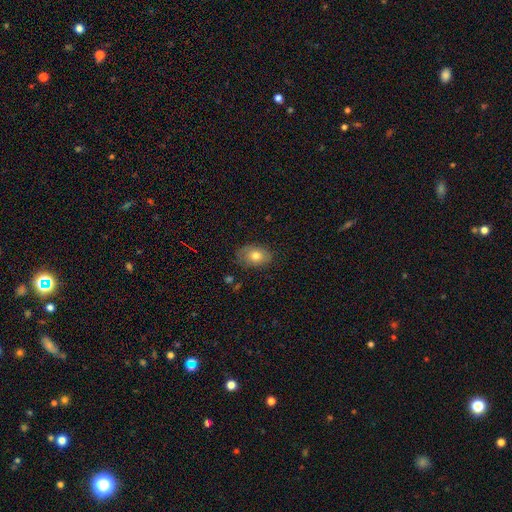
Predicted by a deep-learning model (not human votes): Smooth or featured? Predicted: smooth (p=0.74). How rounded? Predicted: in between (p=0.82). Merging? Predicted: none (p=0.75).